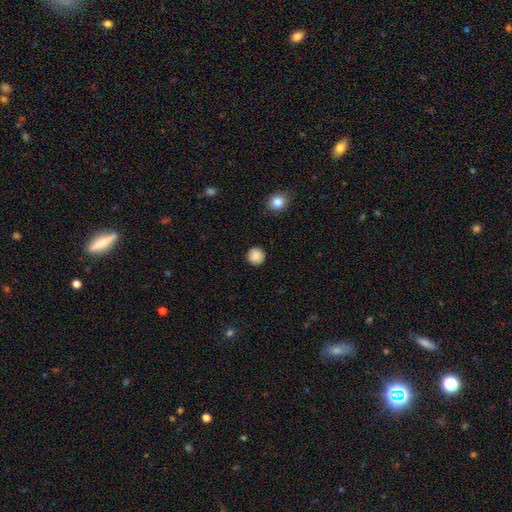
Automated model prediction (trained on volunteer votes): Smooth or featured?
  - smooth: 87% *
  - star or artifact: 9%
  - featured or disk: 4%
How rounded?
  - round: 94% *
  - in between: 5%
  - cigar-shaped: 1%
Merging?
  - none: 89% *
  - minor disturbance: 7%
  - major disturbance: 2%
  - merger: 1%